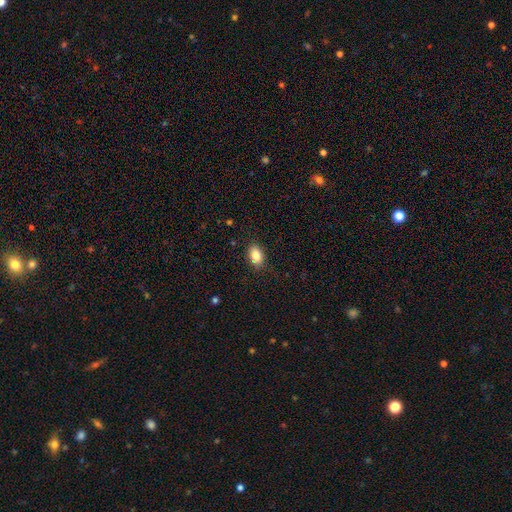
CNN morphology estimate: smooth_or_featured: smooth (p=0.85) [alt: star or artifact p=0.08]
how_rounded: in between (p=0.87) [alt: round p=0.11]
merging: none (p=0.85) [alt: minor disturbance p=0.12]